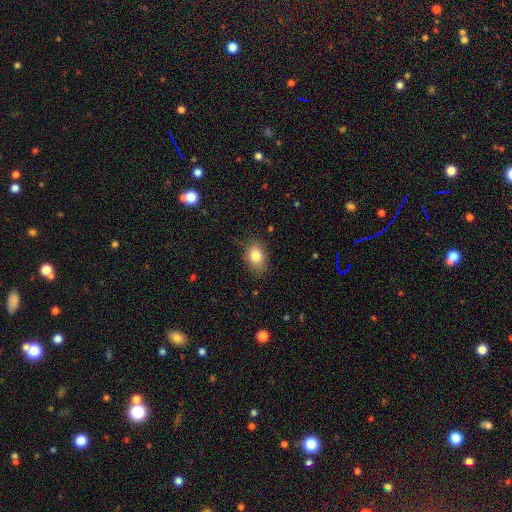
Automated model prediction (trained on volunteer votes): smooth-or-featured: smooth: 83% | star or artifact: 9% | featured or disk: 8%
  how-rounded: in between: 77% | round: 22% | cigar-shaped: 1%
  merging: none: 79% | minor disturbance: 16% | major disturbance: 4% | merger: 1%